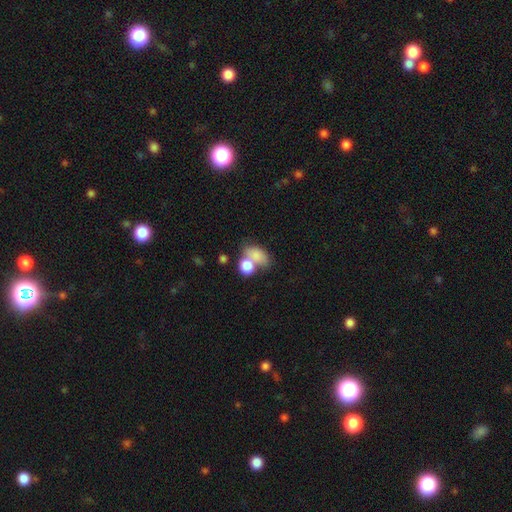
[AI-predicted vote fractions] Smooth or featured? smooth (77%)
How rounded? in between (74%)
Merging? merger (49%)